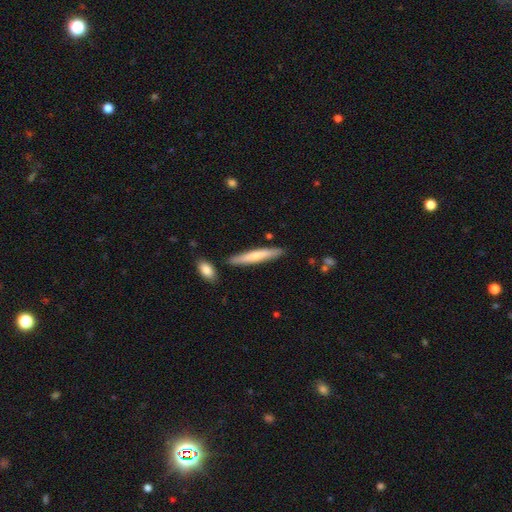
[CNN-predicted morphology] smooth-or-featured: smooth: 64% | featured or disk: 31% | star or artifact: 5%
  how-rounded: cigar-shaped: 93% | in between: 5% | round: 1%
  merging: none: 86% | minor disturbance: 9% | merger: 3% | major disturbance: 2%